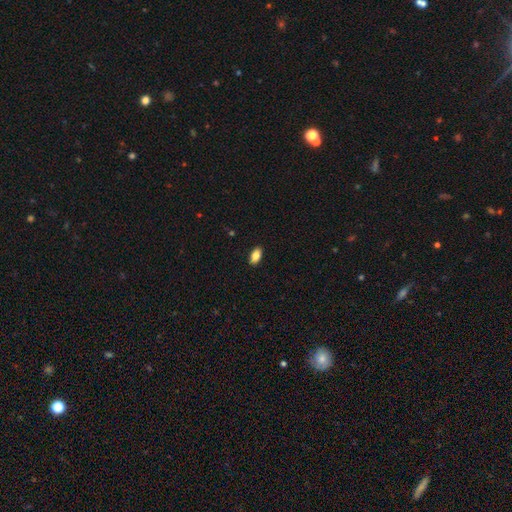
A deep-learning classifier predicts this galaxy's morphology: Smooth or featured?
  - smooth: 85% *
  - featured or disk: 8%
  - star or artifact: 8%
How rounded?
  - in between: 92% *
  - round: 4%
  - cigar-shaped: 4%
Merging?
  - none: 90% *
  - minor disturbance: 7%
  - major disturbance: 2%
  - merger: 1%